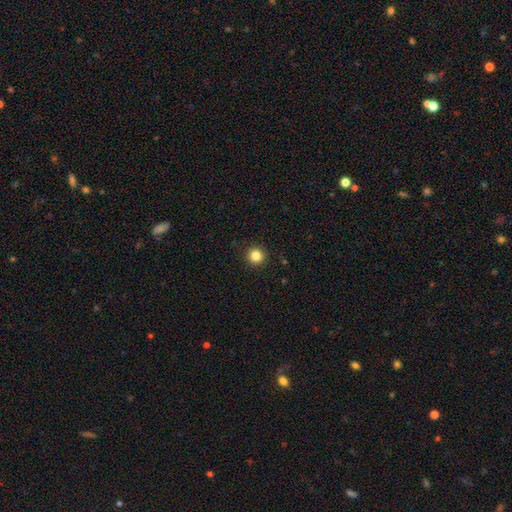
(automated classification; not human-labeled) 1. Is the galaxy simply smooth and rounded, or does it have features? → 84% smooth, 12% star or artifact, 4% featured or disk.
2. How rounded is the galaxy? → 95% round, 4% in between, 1% cigar-shaped.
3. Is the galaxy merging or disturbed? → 93% none, 4% minor disturbance, 2% major disturbance, 1% merger.